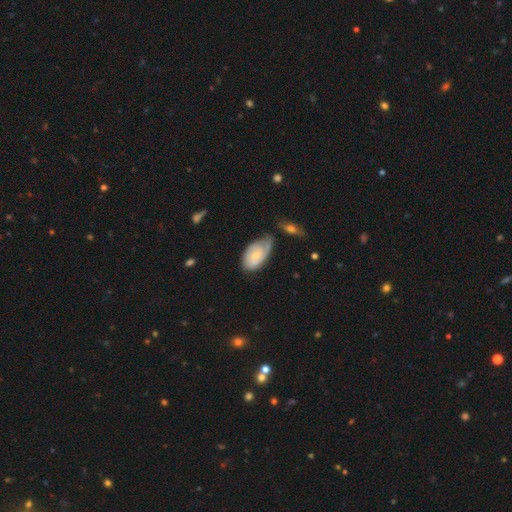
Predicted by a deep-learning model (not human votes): Smooth or featured?
  - featured or disk: 54% *
  - smooth: 40%
  - star or artifact: 6%
Edge-on disk?
  - no: 95% *
  - yes: 5%
Bar?
  - no: 66% *
  - weak: 30%
  - strong: 4%
Spiral arms?
  - yes: 83% *
  - no: 17%
Bulge size?
  - small: 64% *
  - moderate: 27%
  - none: 6%
  - large: 2%
  - dominant: 1%
Merging?
  - none: 48% *
  - minor disturbance: 34%
  - major disturbance: 12%
  - merger: 6%